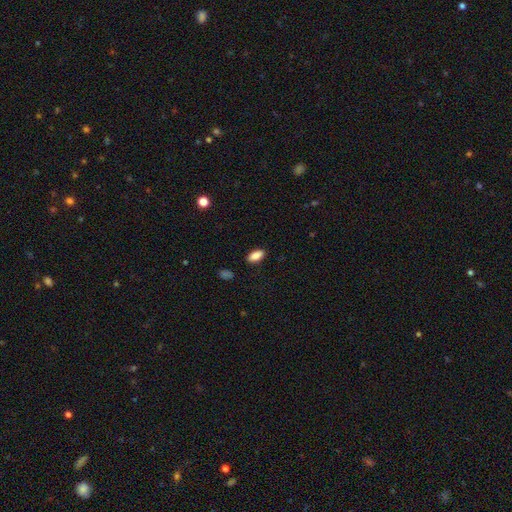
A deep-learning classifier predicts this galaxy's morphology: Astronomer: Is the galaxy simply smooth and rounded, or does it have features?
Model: smooth — 88%.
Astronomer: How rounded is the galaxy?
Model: in between — 89%.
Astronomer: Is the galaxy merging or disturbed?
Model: none — 88%.